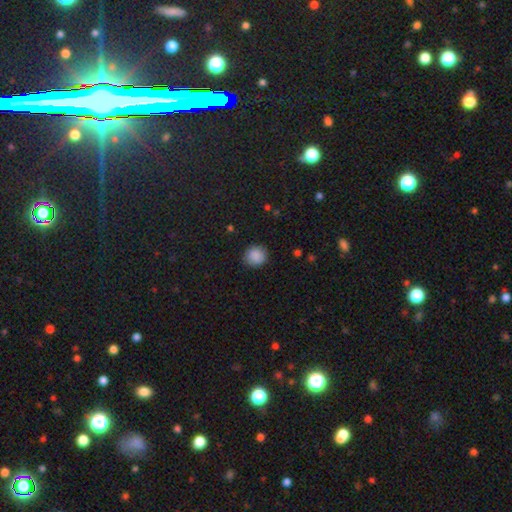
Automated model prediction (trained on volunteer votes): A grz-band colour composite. It shows a smooth galaxy with no disk features (88%) that is round (91%). Merging: none (89%).